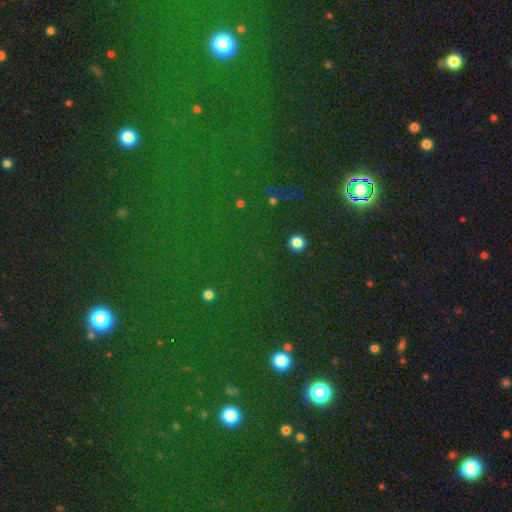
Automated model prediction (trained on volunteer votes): This appears to be a star or artifact, not a galaxy (78%).